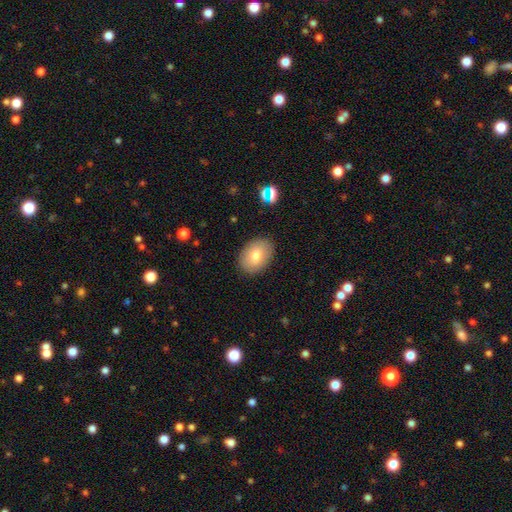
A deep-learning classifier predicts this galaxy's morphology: This appears to be a smooth galaxy with no disk features (77%) that is in between round and cigar-shaped (79%). Merging: none (87%).